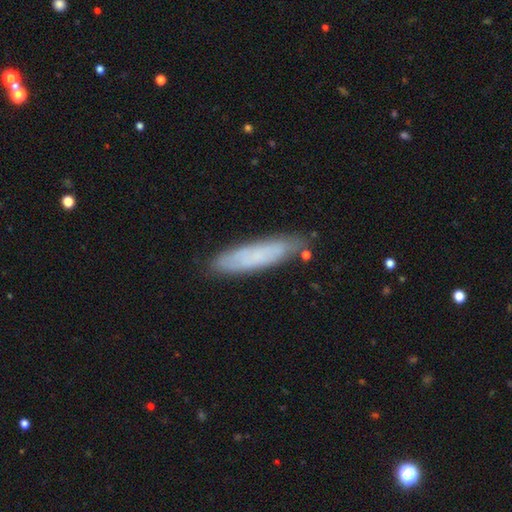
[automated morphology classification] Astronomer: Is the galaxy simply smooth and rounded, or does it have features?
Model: smooth — 64%.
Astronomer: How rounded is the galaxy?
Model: cigar-shaped — 77%.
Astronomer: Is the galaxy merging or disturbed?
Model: none — 80%.